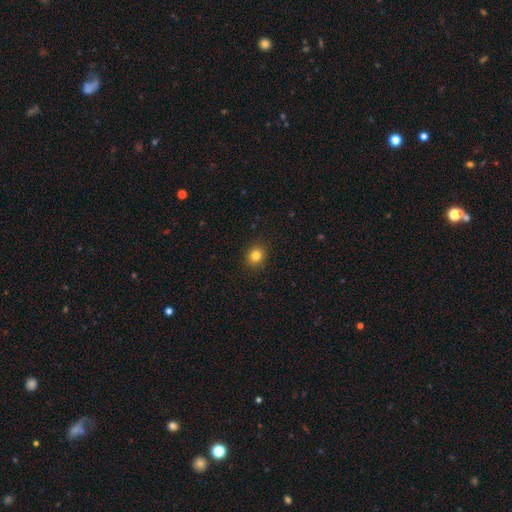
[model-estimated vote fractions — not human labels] Overall: smooth (83%). How rounded: round (78%). Merging: none (91%).